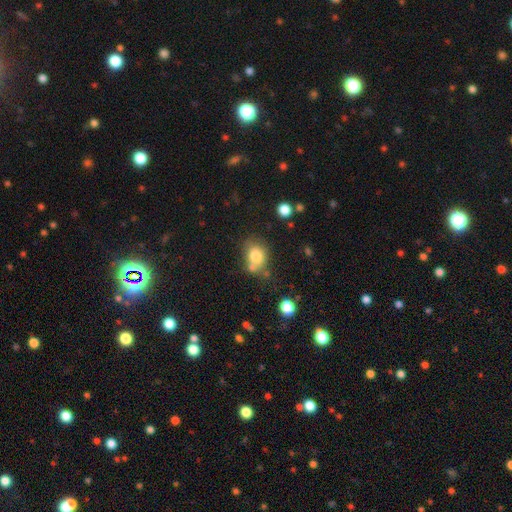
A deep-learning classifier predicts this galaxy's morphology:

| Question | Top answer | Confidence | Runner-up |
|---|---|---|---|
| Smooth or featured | smooth | 78% | featured or disk (12%) |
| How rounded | round | 57% | in between (42%) |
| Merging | none | 53% | merger (23%) |